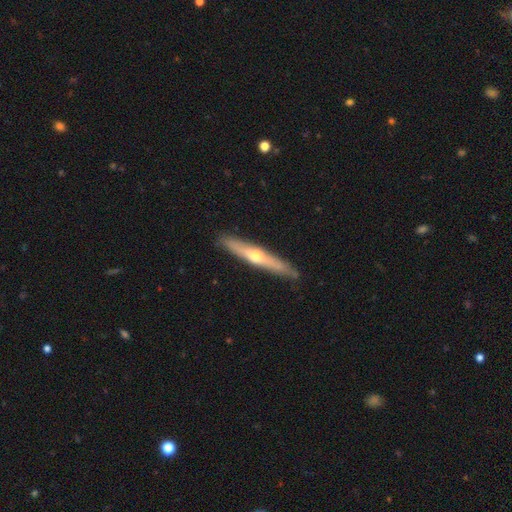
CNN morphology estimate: This is likely a featured or disk galaxy (62%). It is clearly viewed edge-on (93%). Edge-on bulge: clearly rounded (86%). Merging: clearly none (89%).